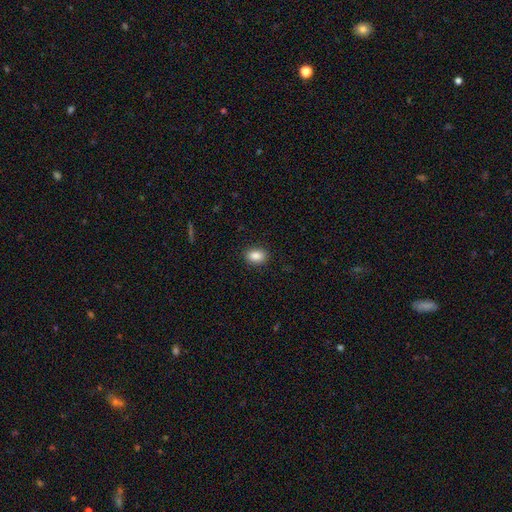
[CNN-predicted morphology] This appears to be a smooth galaxy with no disk features (87%) that is in between round and cigar-shaped (79%). Merging: none (90%).